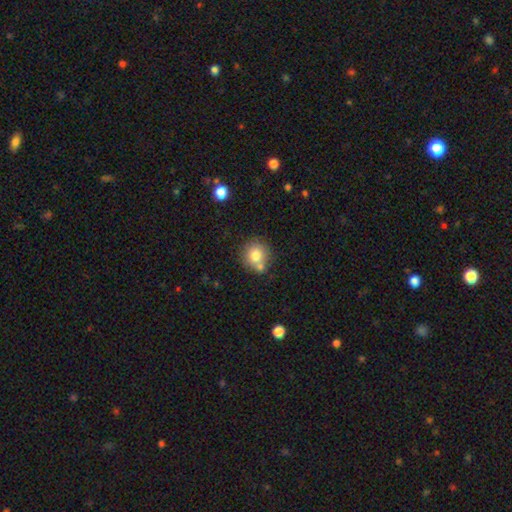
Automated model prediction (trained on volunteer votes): This is likely a smooth galaxy (78%). How rounded: clearly round (89%). Merging: likely none (63%).